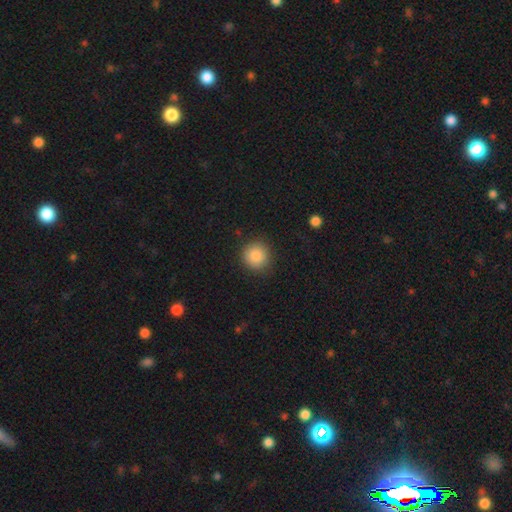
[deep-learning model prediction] This appears to be a smooth galaxy with no disk features (85%) that is round (93%). Merging: none (88%).